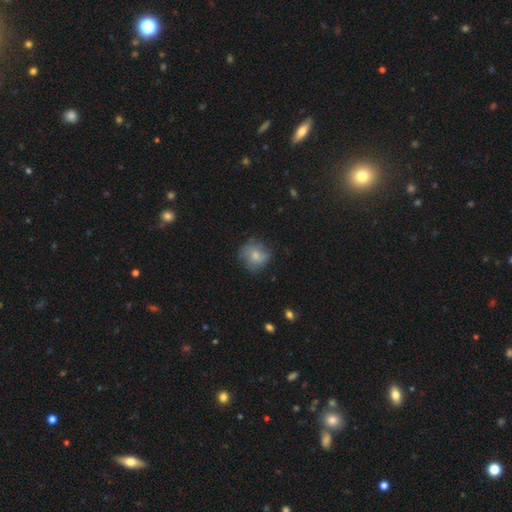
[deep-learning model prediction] This is likely a smooth galaxy (70%). How rounded: clearly round (80%). Merging: likely none (65%).